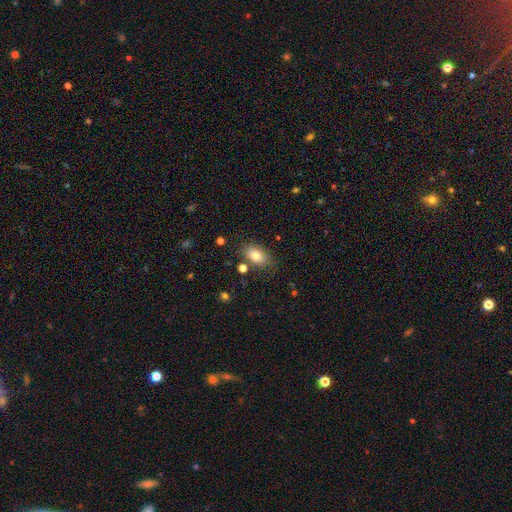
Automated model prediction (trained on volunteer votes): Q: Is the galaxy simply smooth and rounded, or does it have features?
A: smooth — 79%.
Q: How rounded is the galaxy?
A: in between — 88%.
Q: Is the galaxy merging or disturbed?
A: none — 79%.